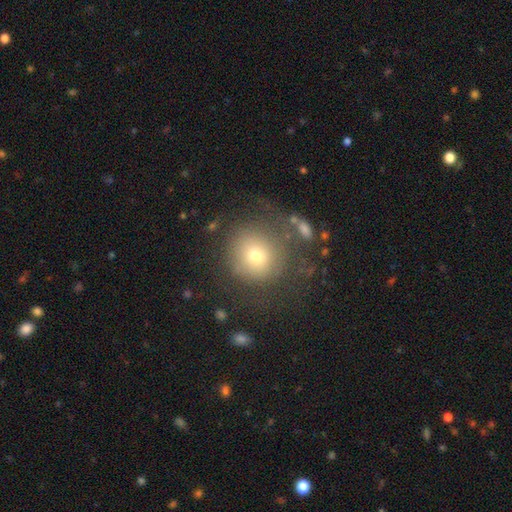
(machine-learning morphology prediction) Smooth or featured?
  - smooth: 66% *
  - featured or disk: 20%
  - star or artifact: 14%
How rounded?
  - round: 92% *
  - in between: 7%
  - cigar-shaped: 1%
Merging?
  - none: 65% *
  - minor disturbance: 16%
  - major disturbance: 14%
  - merger: 5%